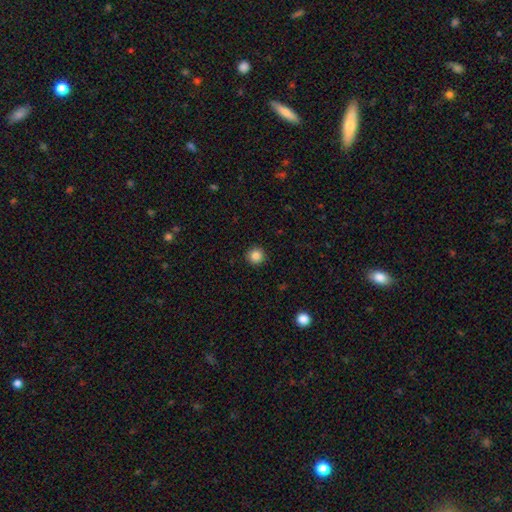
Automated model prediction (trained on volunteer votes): Smooth or featured? Predicted: smooth (p=0.85). How rounded? Predicted: round (p=0.95). Merging? Predicted: none (p=0.93).